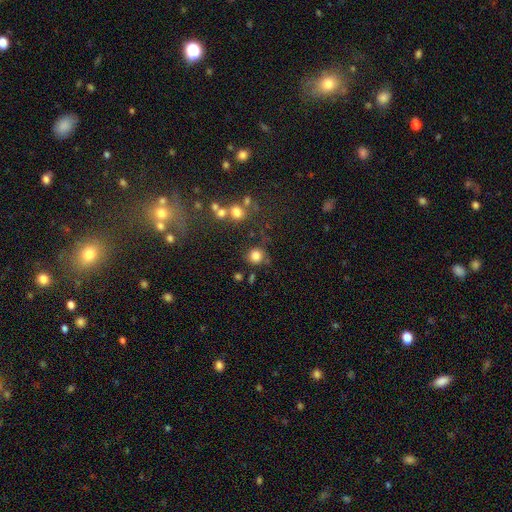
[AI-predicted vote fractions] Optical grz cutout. It shows a smooth galaxy with no disk features (81%) that is round (90%). Merging: none (75%).